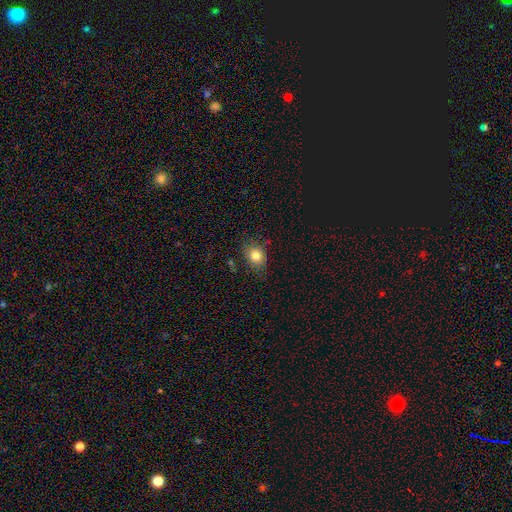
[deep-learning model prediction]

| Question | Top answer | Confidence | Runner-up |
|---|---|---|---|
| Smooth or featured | smooth | 81% | star or artifact (10%) |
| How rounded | round | 52% | in between (47%) |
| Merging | none | 77% | minor disturbance (17%) |